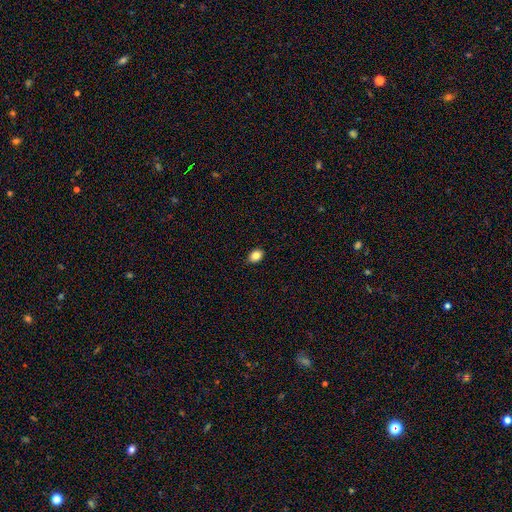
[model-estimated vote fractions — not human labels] Smooth or featured: smooth — 85% (star or artifact — 9%)
How rounded: in between — 71% (round — 28%)
Merging: none — 88% (minor disturbance — 9%)